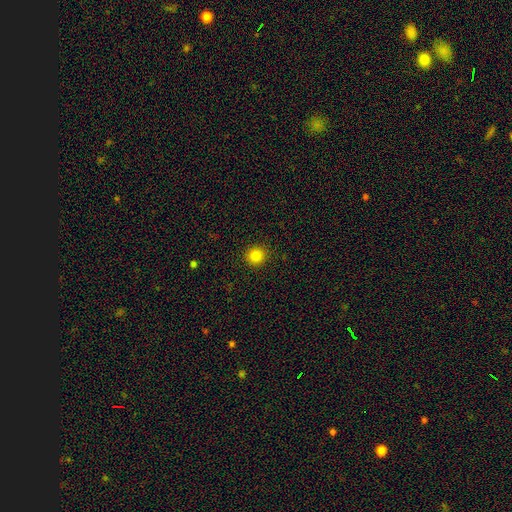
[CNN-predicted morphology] Overall: smooth (84%). How rounded: round (92%). Merging: none (92%).